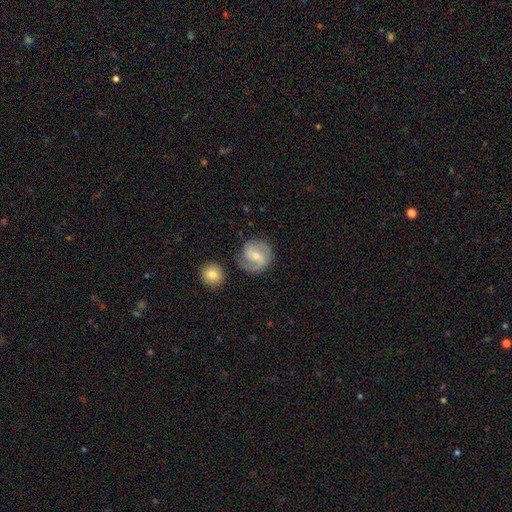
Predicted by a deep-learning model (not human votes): Overall: featured or disk (68%). Edge-on disk: no (98%). Bar: weak (55%; no 26%). Spiral arms: yes (92%). Spiral arm count: 2 (80%). Spiral winding: medium (50%; tight 26%). Bulge size: small (54%; moderate 39%). Merging: none (72%).